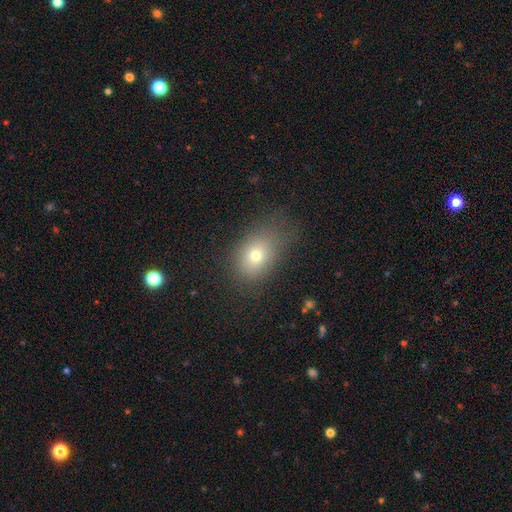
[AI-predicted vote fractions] This appears to be a smooth galaxy with no disk features (71%) that is in between round and cigar-shaped (69%). Merging: none (67%).